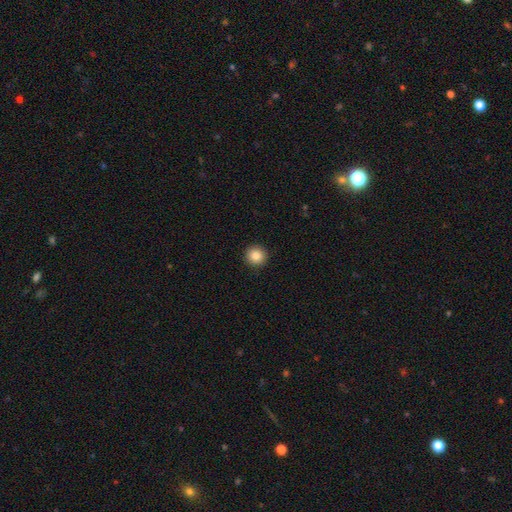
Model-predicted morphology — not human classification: Overall: smooth (86%). How rounded: round (95%). Merging: none (93%).